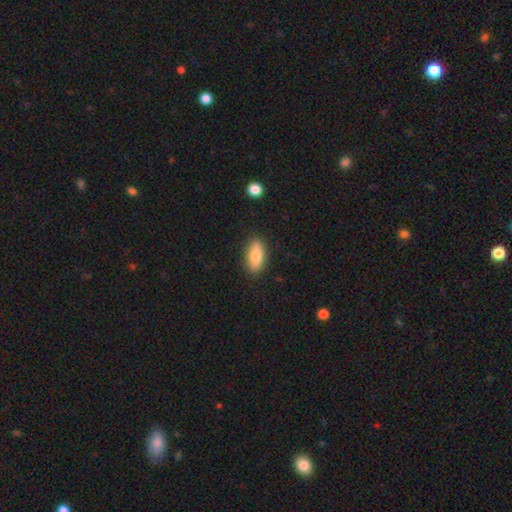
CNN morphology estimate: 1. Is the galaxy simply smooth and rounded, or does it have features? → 82% smooth, 11% featured or disk, 7% star or artifact.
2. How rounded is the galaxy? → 85% in between, 12% cigar-shaped, 3% round.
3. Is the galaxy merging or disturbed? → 87% none, 10% minor disturbance, 2% major disturbance, 1% merger.